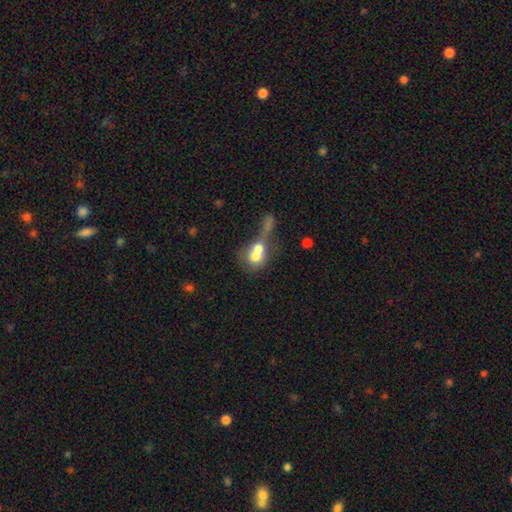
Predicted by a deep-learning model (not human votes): Smooth or featured? Predicted: smooth (p=0.64). How rounded? Predicted: round (p=0.63). Merging? Predicted: merger (p=0.70).